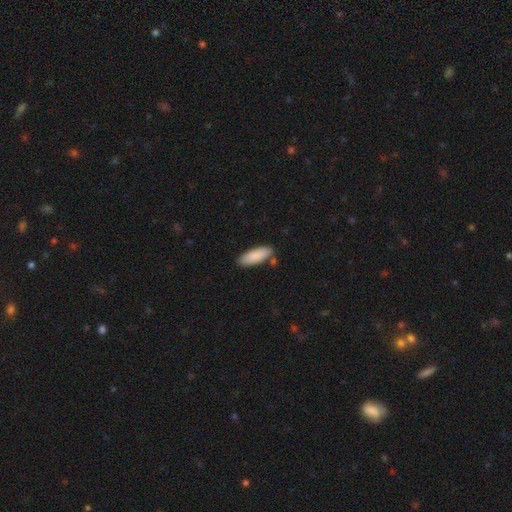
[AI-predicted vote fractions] A smooth galaxy with no disk features (88%) that is in between round and cigar-shaped (63%).

Vote fractions:
- Smooth or featured? smooth: 88% / featured or disk: 7% / star or artifact: 6%
- How rounded? in between: 63% / cigar-shaped: 35% / round: 2%
- Merging? none: 81% / minor disturbance: 12% / merger: 5% / major disturbance: 2%